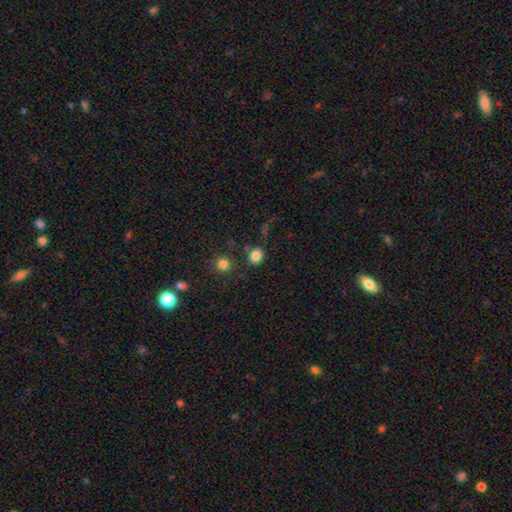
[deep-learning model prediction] Morphology: type=smooth (82%); roundness=round (75%); merging=none (75%).